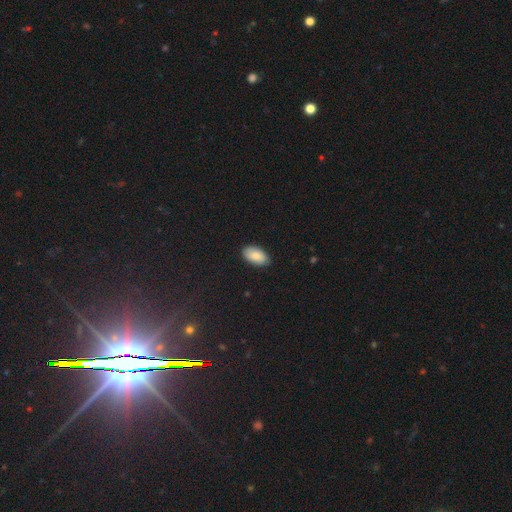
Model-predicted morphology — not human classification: smooth 87%, featured or disk 7%, star or artifact 6%. Down the decision tree: how rounded — in between (95%); merging — none (86%).